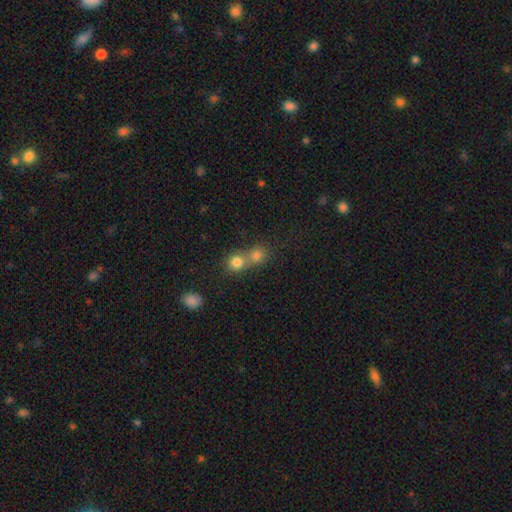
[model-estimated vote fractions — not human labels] Smooth or featured? Predicted: smooth (p=0.57). How rounded? Predicted: round (p=0.80). Merging? Predicted: merger (p=0.46).